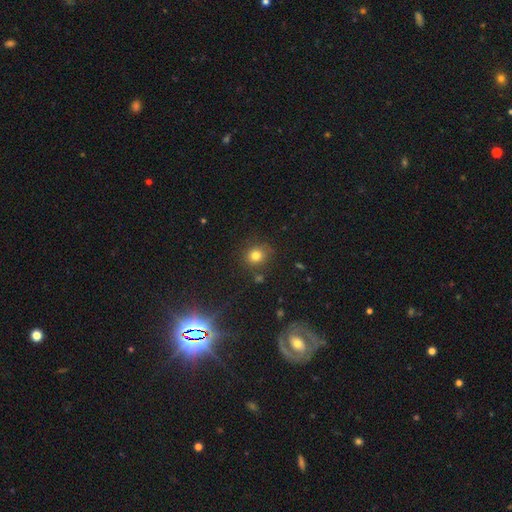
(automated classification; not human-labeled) A smooth galaxy with no disk features (77%) that is round (78%).

Vote fractions:
- Smooth or featured? smooth: 77% / star or artifact: 15% / featured or disk: 8%
- How rounded? round: 78% / in between: 21% / cigar-shaped: 1%
- Merging? none: 81% / minor disturbance: 12% / merger: 4% / major disturbance: 4%